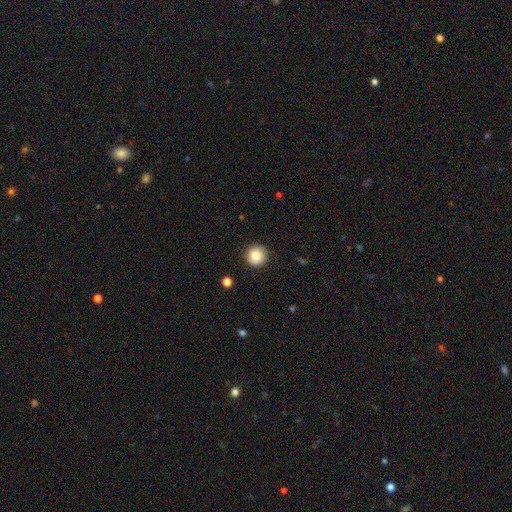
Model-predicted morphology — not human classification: Q: Smooth or featured?
A: smooth (84%); runner-up: star or artifact (8%)
Q: How rounded?
A: round (94%); runner-up: in between (5%)
Q: Merging?
A: none (88%); runner-up: minor disturbance (8%)